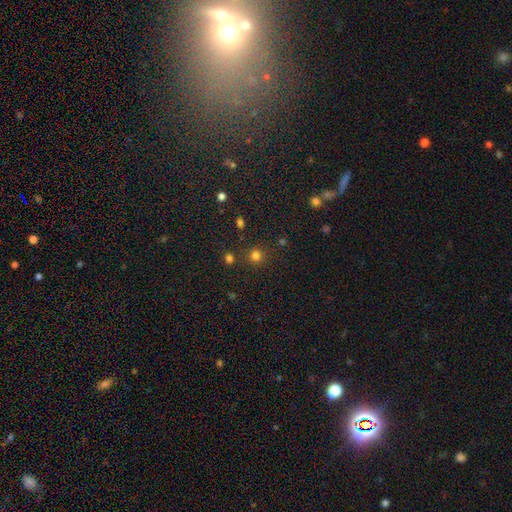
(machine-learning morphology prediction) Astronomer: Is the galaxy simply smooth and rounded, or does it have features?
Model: smooth — 78%.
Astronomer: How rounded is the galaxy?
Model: round — 92%.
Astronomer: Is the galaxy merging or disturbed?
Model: none — 85%.